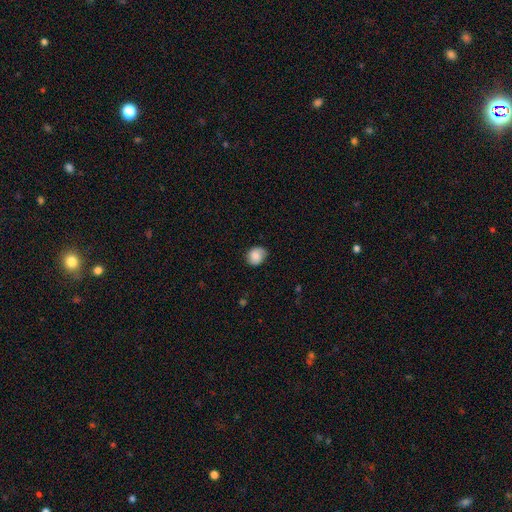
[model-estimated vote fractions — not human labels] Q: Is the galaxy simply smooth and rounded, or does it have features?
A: smooth — 79%.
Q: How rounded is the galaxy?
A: round — 69%.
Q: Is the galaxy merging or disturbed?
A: none — 70%.